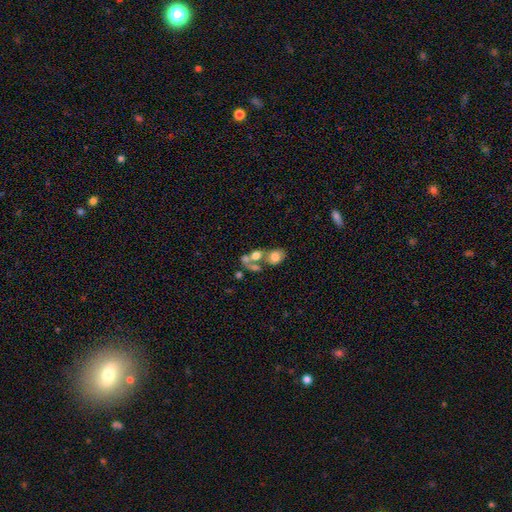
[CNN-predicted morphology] Smooth or featured? Predicted: smooth (p=0.61). How rounded? Predicted: in between (p=0.58). Merging? Predicted: merger (p=0.61).